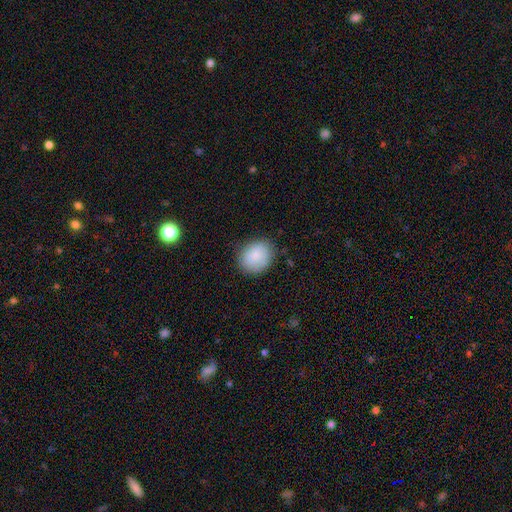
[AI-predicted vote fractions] Overall: smooth (85%). How rounded: round (63%; in between 36%). Merging: none (81%).